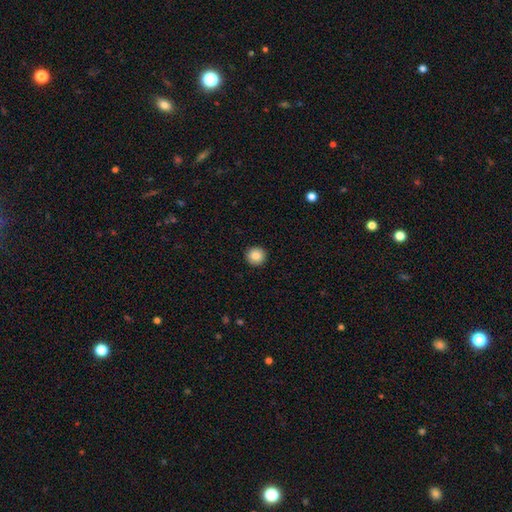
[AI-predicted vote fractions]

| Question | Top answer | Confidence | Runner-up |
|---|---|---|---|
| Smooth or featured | smooth | 86% | star or artifact (9%) |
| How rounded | round | 95% | in between (4%) |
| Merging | none | 93% | minor disturbance (4%) |